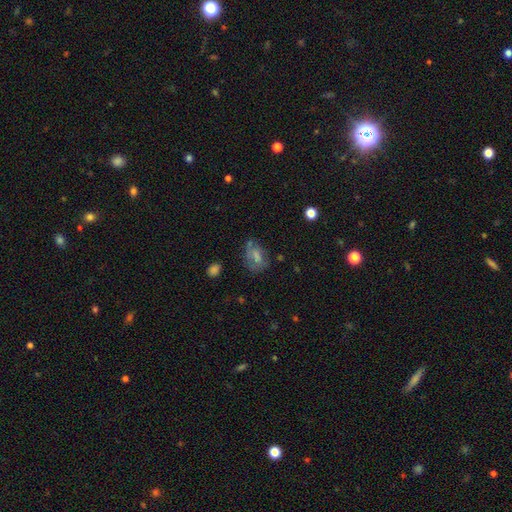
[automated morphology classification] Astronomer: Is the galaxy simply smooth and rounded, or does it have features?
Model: smooth — 59%.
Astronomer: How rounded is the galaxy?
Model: in between — 77%.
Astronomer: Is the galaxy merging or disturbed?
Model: none — 43% (runner-up: minor disturbance, 27%).